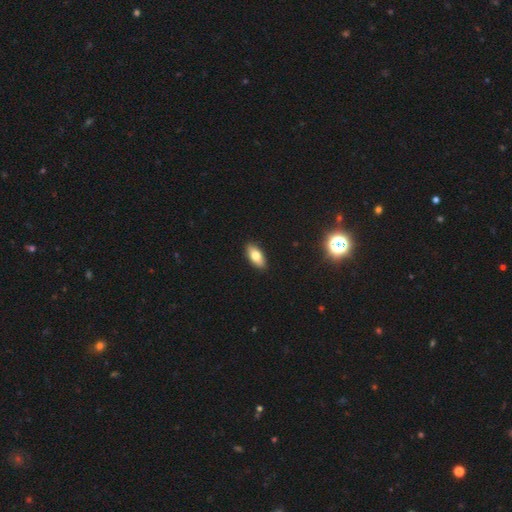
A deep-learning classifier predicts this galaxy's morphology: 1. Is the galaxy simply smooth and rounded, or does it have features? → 75% smooth, 18% featured or disk, 7% star or artifact.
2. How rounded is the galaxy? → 85% in between, 12% cigar-shaped, 3% round.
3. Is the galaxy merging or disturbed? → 90% none, 7% minor disturbance, 2% major disturbance, 1% merger.